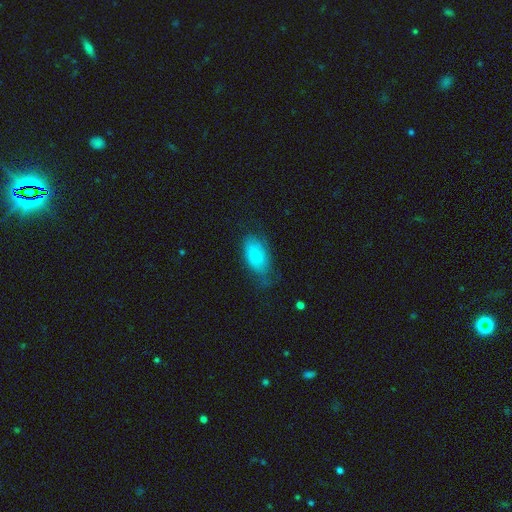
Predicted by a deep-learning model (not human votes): smooth 76%, featured or disk 17%, star or artifact 7%. Down the decision tree: how rounded — in between (92%); merging — none (51%).